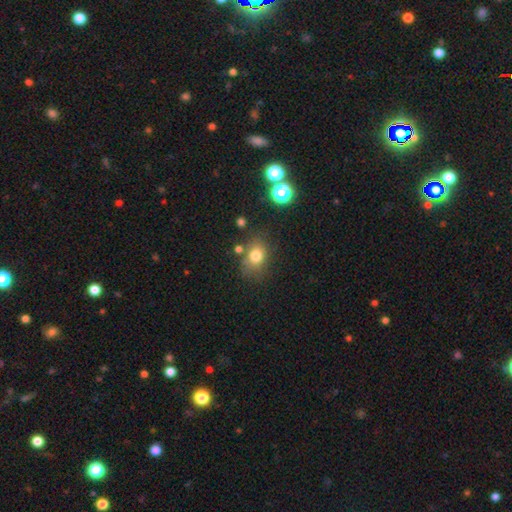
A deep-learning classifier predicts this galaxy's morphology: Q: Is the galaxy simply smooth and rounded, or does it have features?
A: smooth — 77%.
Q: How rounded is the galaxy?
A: in between — 56%.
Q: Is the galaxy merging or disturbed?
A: none — 66%.